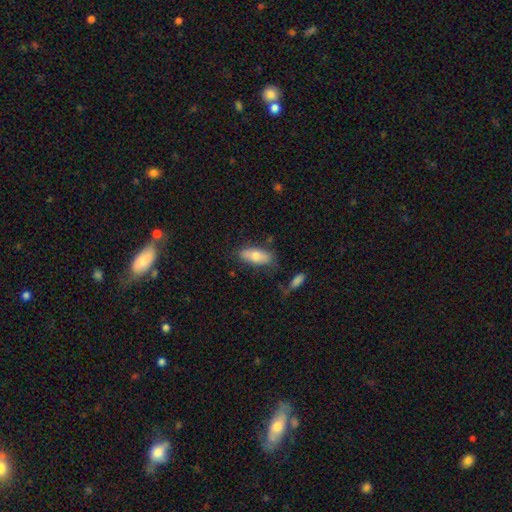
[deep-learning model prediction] smooth_or_featured: smooth (p=0.71) [alt: featured or disk p=0.22]
how_rounded: in between (p=0.79) [alt: cigar-shaped p=0.19]
merging: none (p=0.72) [alt: minor disturbance p=0.19]